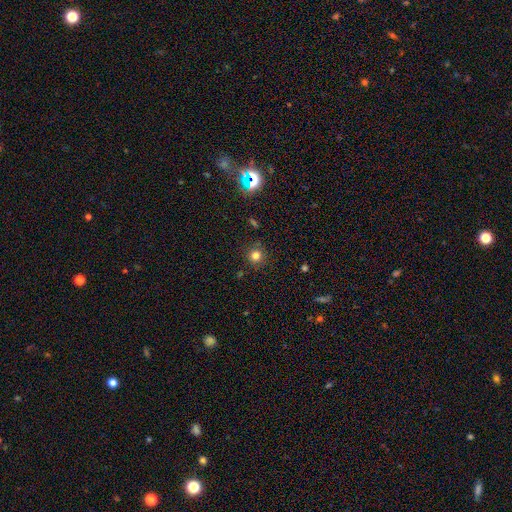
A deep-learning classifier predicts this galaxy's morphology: A smooth galaxy with no disk features (77%) that is round (93%).

Vote fractions:
- Smooth or featured? smooth: 77% / star or artifact: 16% / featured or disk: 6%
- How rounded? round: 93% / in between: 6% / cigar-shaped: 1%
- Merging? none: 89% / minor disturbance: 7% / major disturbance: 2% / merger: 2%